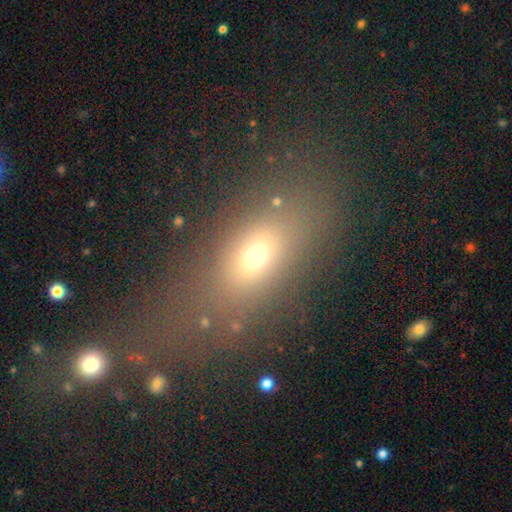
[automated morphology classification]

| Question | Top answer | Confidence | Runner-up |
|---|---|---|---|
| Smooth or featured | smooth | 64% | star or artifact (19%) |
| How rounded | in between | 70% | round (15%) |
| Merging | none | 62% | minor disturbance (15%) |